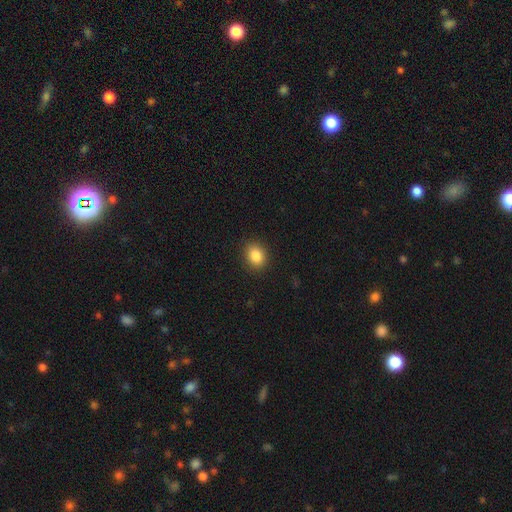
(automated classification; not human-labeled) This is clearly a smooth galaxy (86%). How rounded: possibly in between (51%). Merging: clearly none (89%).